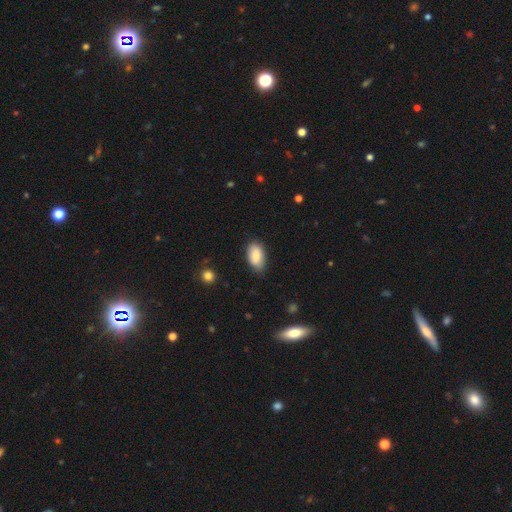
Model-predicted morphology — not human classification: Smooth or featured?
  - smooth: 83% *
  - featured or disk: 10%
  - star or artifact: 7%
How rounded?
  - in between: 94% *
  - round: 4%
  - cigar-shaped: 2%
Merging?
  - none: 76% *
  - minor disturbance: 20%
  - major disturbance: 3%
  - merger: 1%